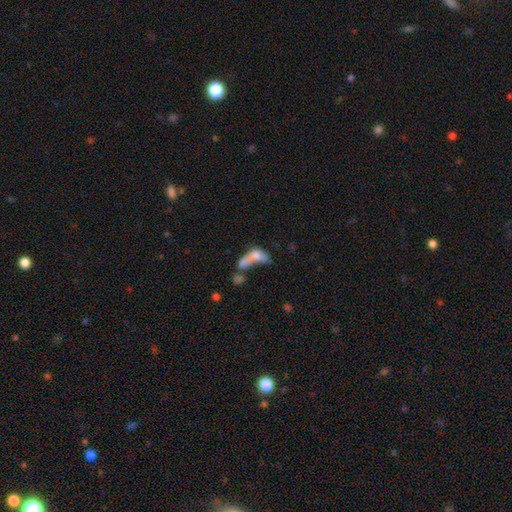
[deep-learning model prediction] Smooth or featured?
  - smooth: 61% *
  - featured or disk: 28%
  - star or artifact: 11%
How rounded?
  - in between: 73% *
  - cigar-shaped: 15%
  - round: 12%
Merging?
  - merger: 59% *
  - major disturbance: 20%
  - none: 12%
  - minor disturbance: 8%